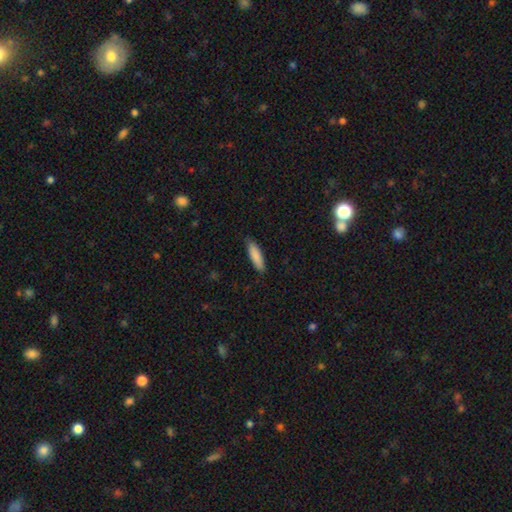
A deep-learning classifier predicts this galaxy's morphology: The model was most divided on "how rounded": cigar-shaped: 67%, in between: 32%, round: 1%. More confident: smooth or featured — smooth (87%); merging — none (85%).